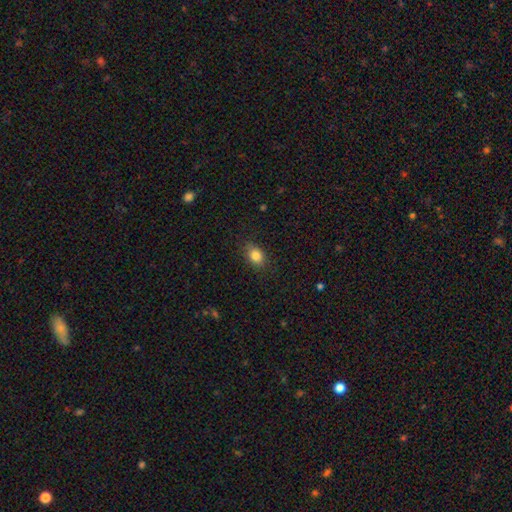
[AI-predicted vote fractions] Smooth or featured? smooth (84%)
How rounded? in between (69%)
Merging? none (84%)